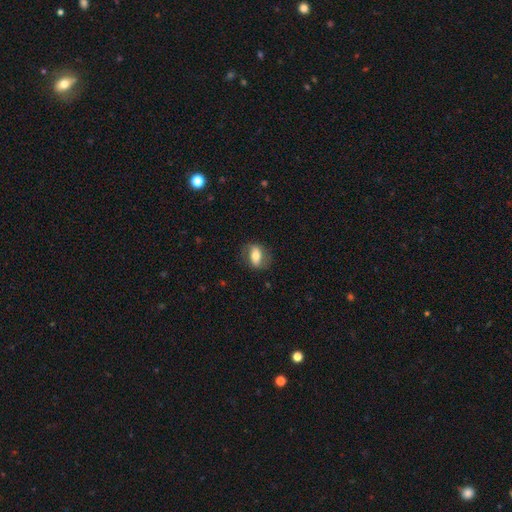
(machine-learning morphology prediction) A smooth galaxy with no disk features (52%) that is in between round and cigar-shaped (79%).

Vote fractions:
- Smooth or featured? smooth: 52% / featured or disk: 41% / star or artifact: 7%
- How rounded? in between: 79% / round: 16% / cigar-shaped: 5%
- Merging? none: 75% / minor disturbance: 16% / major disturbance: 8% / merger: 1%